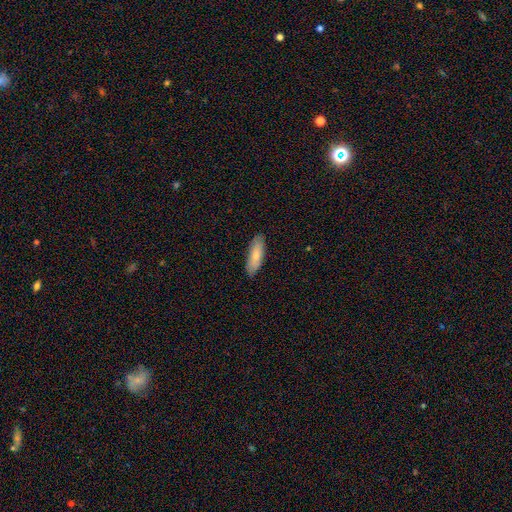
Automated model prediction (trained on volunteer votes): Smooth or featured? Predicted: smooth (p=0.76). How rounded? Predicted: in between (p=0.61). Merging? Predicted: none (p=0.87).